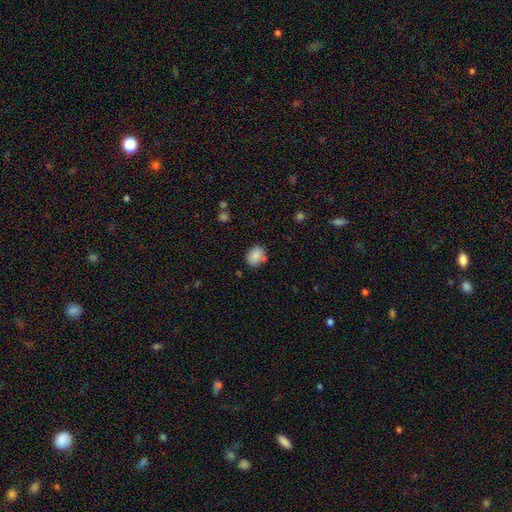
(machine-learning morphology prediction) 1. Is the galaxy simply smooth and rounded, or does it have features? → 86% smooth, 8% star or artifact, 6% featured or disk.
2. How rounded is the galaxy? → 55% round, 44% in between, 1% cigar-shaped.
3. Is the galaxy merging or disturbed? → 74% none, 16% minor disturbance, 6% merger, 4% major disturbance.